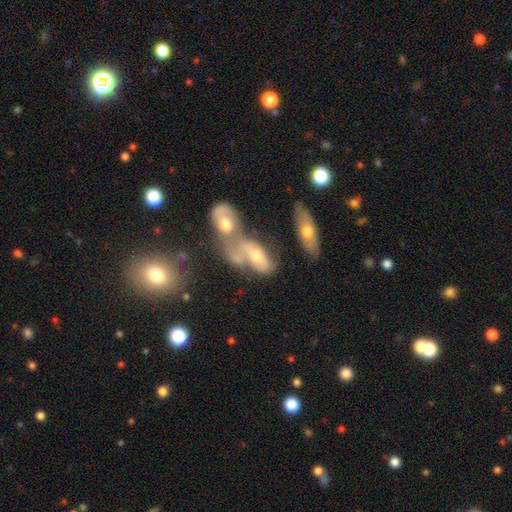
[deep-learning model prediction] This is marginally a featured or disk galaxy (45%). Merging: likely merger (66%).